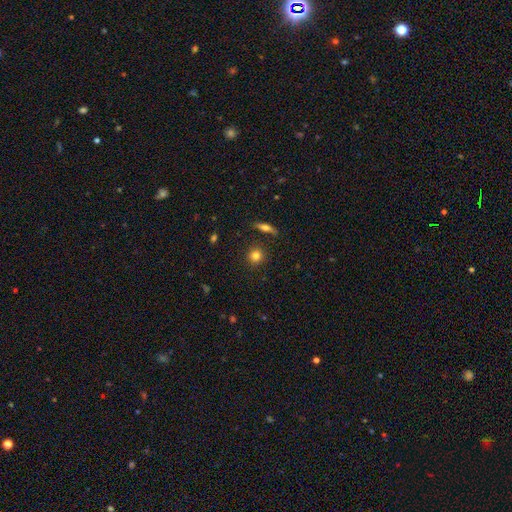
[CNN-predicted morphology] The model was most divided on "smooth or featured": smooth: 80%, star or artifact: 11%, featured or disk: 9%. More confident: how rounded — round (90%); merging — none (88%).